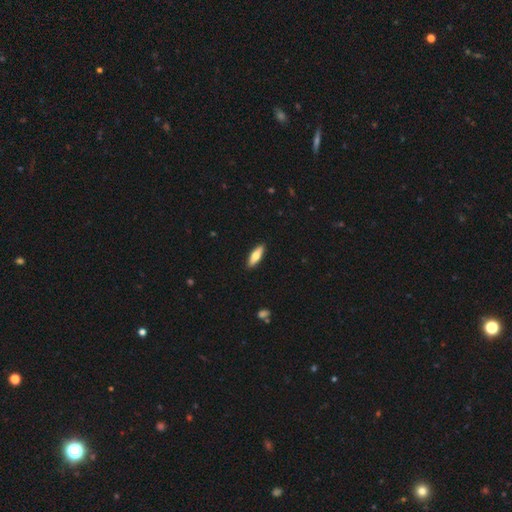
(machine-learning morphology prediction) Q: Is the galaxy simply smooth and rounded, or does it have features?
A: smooth — 66%.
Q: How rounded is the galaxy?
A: cigar-shaped — 54%.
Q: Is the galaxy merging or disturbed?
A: none — 90%.